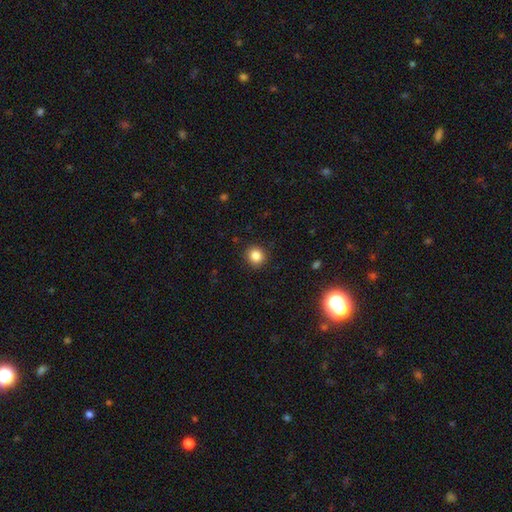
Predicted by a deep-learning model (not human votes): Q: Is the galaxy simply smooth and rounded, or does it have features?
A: smooth — 84%.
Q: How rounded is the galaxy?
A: round — 90%.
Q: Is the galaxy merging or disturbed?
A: none — 91%.